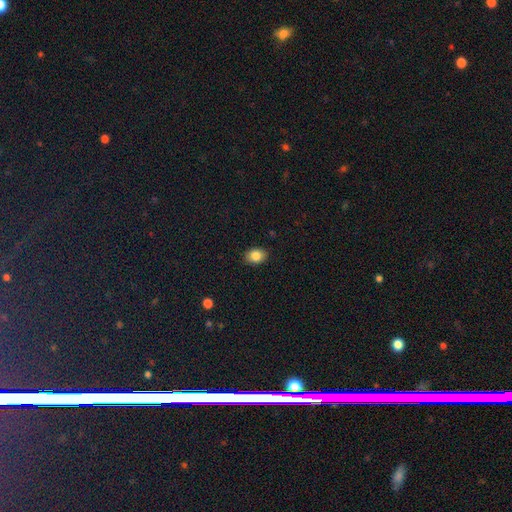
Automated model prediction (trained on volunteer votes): Overall: smooth (85%). How rounded: in between (66%; round 33%). Merging: none (89%).